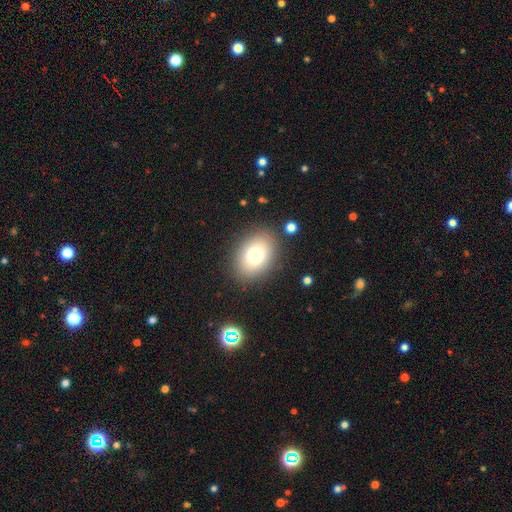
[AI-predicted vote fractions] Q: Smooth or featured?
A: smooth (76%); runner-up: featured or disk (12%)
Q: How rounded?
A: in between (69%); runner-up: round (30%)
Q: Merging?
A: none (87%); runner-up: minor disturbance (8%)